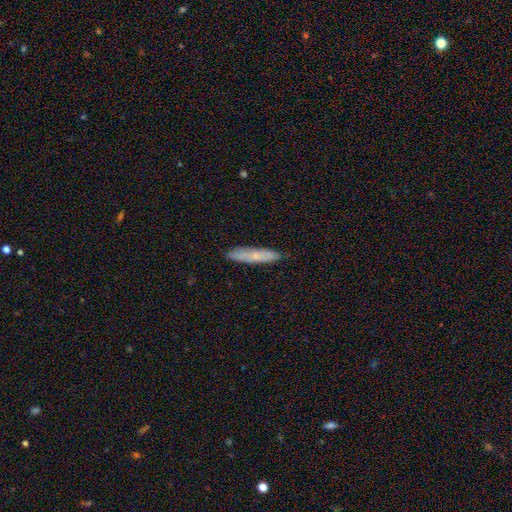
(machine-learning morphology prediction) Smooth or featured?
  - smooth: 63% *
  - featured or disk: 31%
  - star or artifact: 7%
How rounded?
  - cigar-shaped: 85% *
  - in between: 13%
  - round: 2%
Merging?
  - none: 86% *
  - minor disturbance: 11%
  - major disturbance: 2%
  - merger: 1%